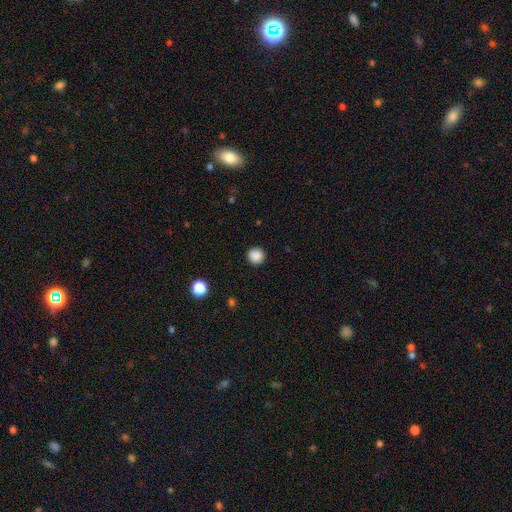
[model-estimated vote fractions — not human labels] smooth_or_featured: smooth (p=0.87) [alt: star or artifact p=0.10]
how_rounded: round (p=0.95) [alt: in between p=0.04]
merging: none (p=0.92) [alt: minor disturbance p=0.05]